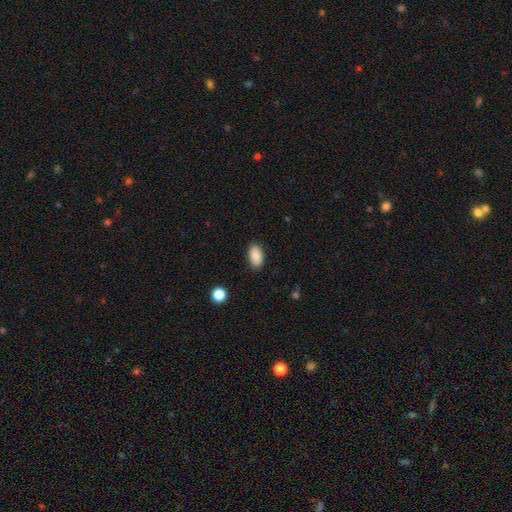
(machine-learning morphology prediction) Smooth or featured: smooth — 87% (star or artifact — 7%)
How rounded: in between — 93% (round — 5%)
Merging: none — 87% (minor disturbance — 9%)